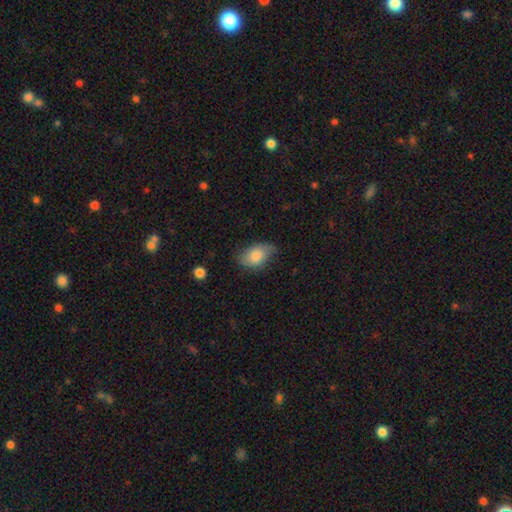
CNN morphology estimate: Q: Smooth or featured?
A: smooth (77%); runner-up: featured or disk (16%)
Q: How rounded?
A: in between (87%); runner-up: round (12%)
Q: Merging?
A: none (59%); runner-up: minor disturbance (32%)